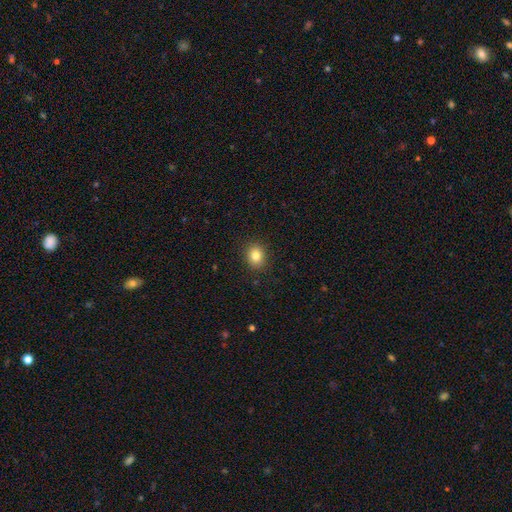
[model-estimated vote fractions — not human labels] This appears to be a smooth galaxy with no disk features (83%) that is round (65%). Merging: none (90%).